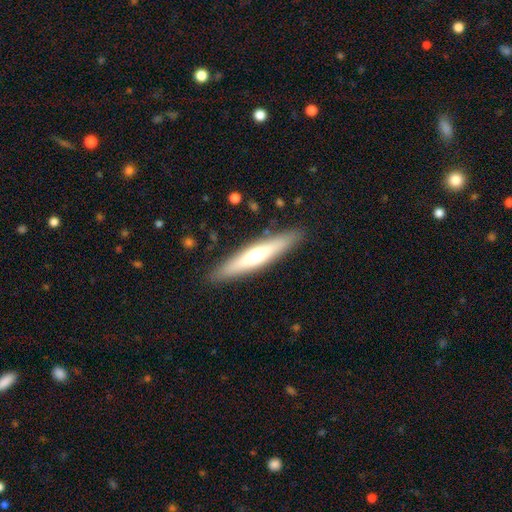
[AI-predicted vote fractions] Smooth or featured?
  - smooth: 50% *
  - featured or disk: 45%
  - star or artifact: 5%
Merging?
  - none: 89% *
  - minor disturbance: 8%
  - major disturbance: 2%
  - merger: 1%